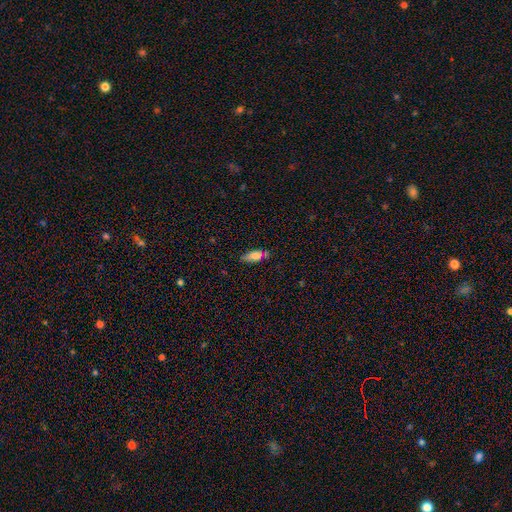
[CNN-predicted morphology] smooth 77%, featured or disk 13%, star or artifact 10%. Down the decision tree: how rounded — in between (74%); merging — none (63%).